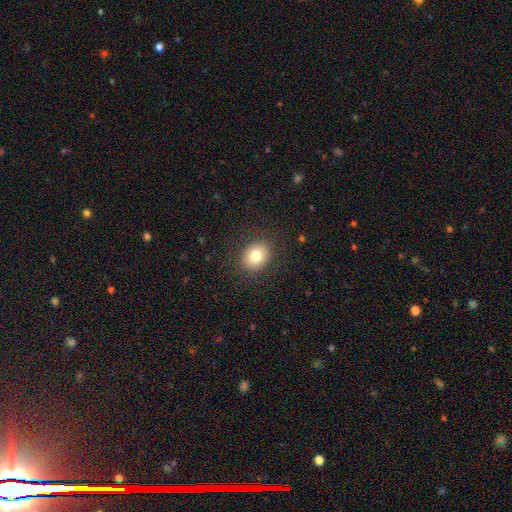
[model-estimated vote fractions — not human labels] This is likely a smooth galaxy (80%). How rounded: possibly round (57%). Merging: clearly none (88%).